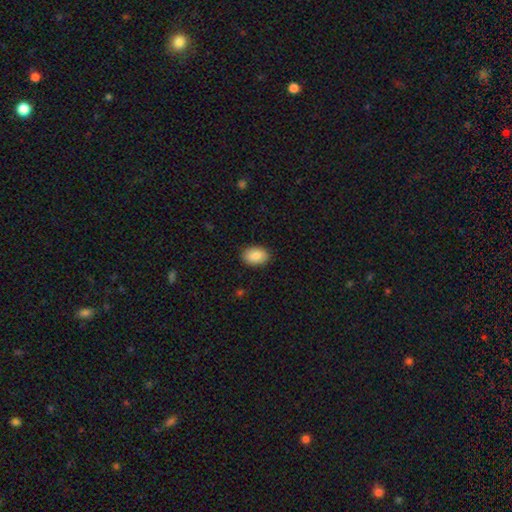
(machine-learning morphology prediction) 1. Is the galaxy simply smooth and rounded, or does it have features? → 88% smooth, 7% star or artifact, 5% featured or disk.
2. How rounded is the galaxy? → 86% in between, 13% round, 1% cigar-shaped.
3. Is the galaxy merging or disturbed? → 89% none, 9% minor disturbance, 2% major disturbance, 1% merger.